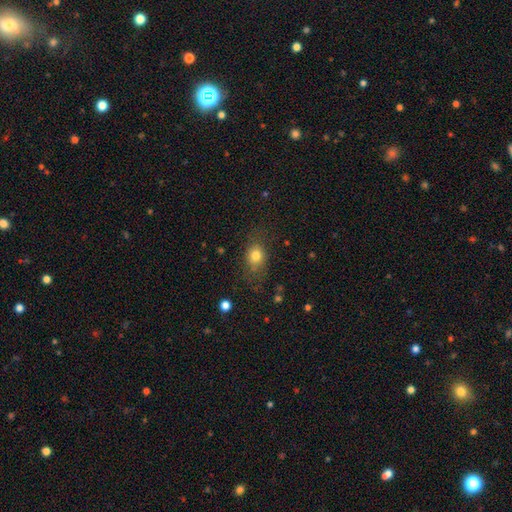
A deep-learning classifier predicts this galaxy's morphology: Smooth or featured: smooth — 78% (star or artifact — 12%)
How rounded: in between — 53% (round — 45%)
Merging: none — 70% (minor disturbance — 19%)